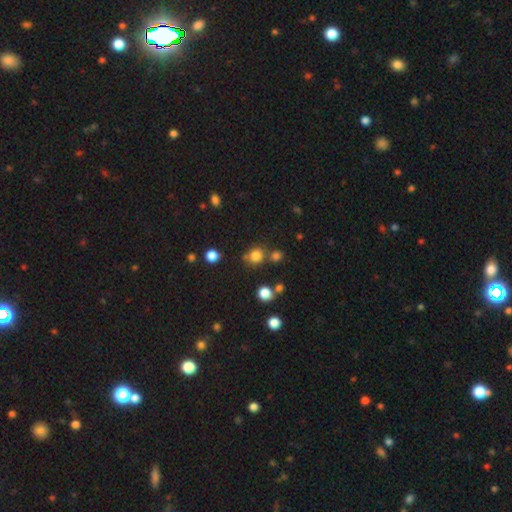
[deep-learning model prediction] smooth-or-featured: smooth: 79% | star or artifact: 15% | featured or disk: 6%
  how-rounded: round: 85% | in between: 14% | cigar-shaped: 1%
  merging: none: 70% | merger: 14% | minor disturbance: 12% | major disturbance: 4%